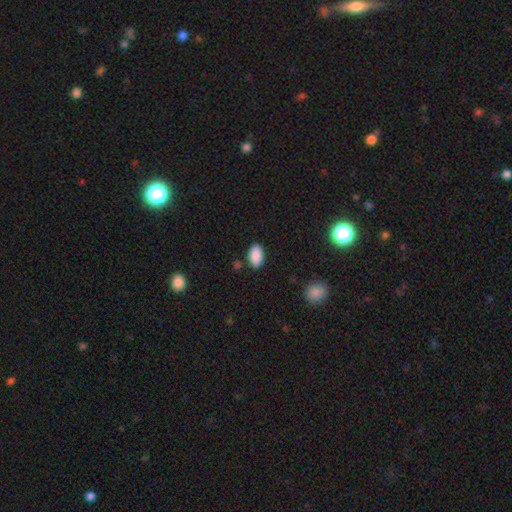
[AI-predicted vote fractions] Overall: smooth (90%). How rounded: in between (93%). Merging: none (85%).